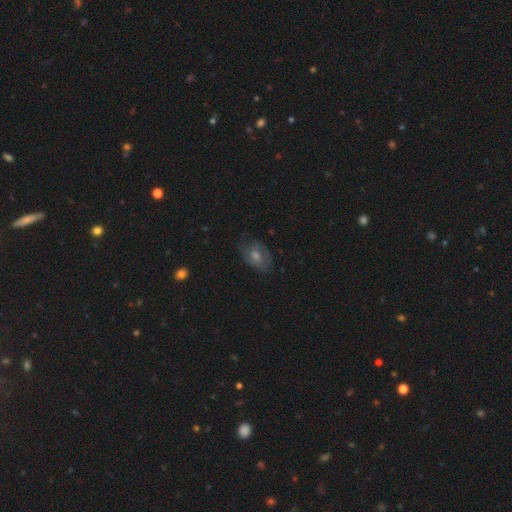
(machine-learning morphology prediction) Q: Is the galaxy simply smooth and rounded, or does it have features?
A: featured or disk — 50%.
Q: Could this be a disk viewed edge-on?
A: no — 95%.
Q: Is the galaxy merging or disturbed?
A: none — 72%.